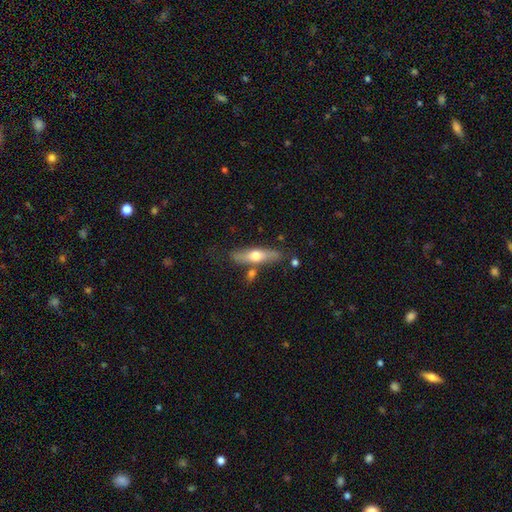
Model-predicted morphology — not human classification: smooth-or-featured: smooth: 50% | featured or disk: 44% | star or artifact: 6%
  how-rounded: cigar-shaped: 67% | in between: 31% | round: 3%
  merging: none: 75% | minor disturbance: 14% | merger: 8% | major disturbance: 4%